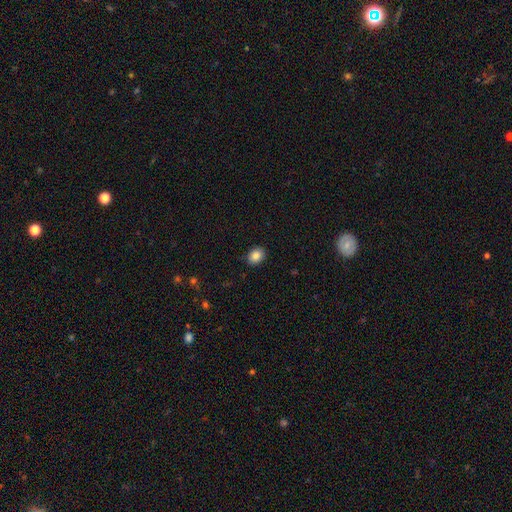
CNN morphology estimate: Smooth or featured? Predicted: smooth (p=0.86). How rounded? Predicted: in between (p=0.54). Merging? Predicted: none (p=0.90).